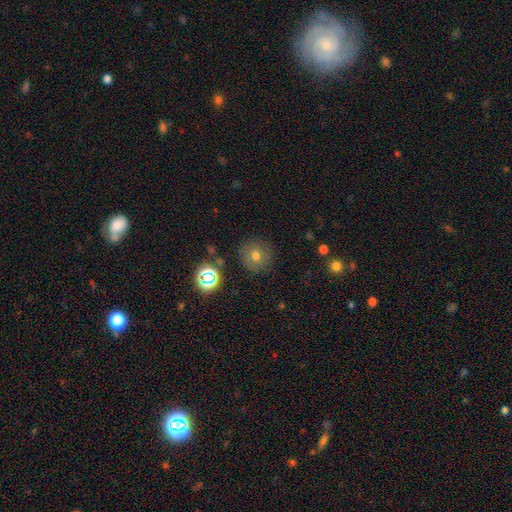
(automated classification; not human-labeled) Overall: smooth (66%). How rounded: round (90%). Merging: none (85%).